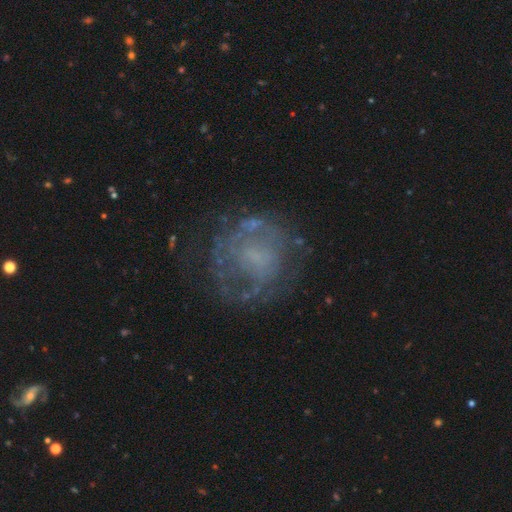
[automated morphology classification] Smooth or featured? Predicted: featured or disk (p=0.67). Edge-on disk? Predicted: no (p=0.98). Bar? Predicted: no (p=0.73). Spiral arms? Predicted: yes (p=0.54). Bulge size? Predicted: none (p=0.48). Merging? Predicted: none (p=0.67).